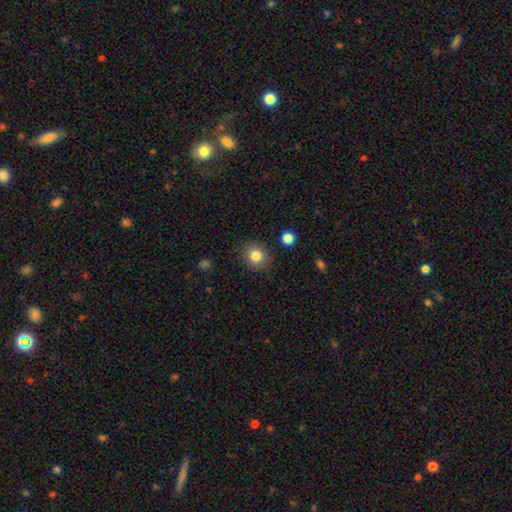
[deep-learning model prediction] This appears to be a smooth galaxy with no disk features (83%) that is round (80%). Merging: none (88%).